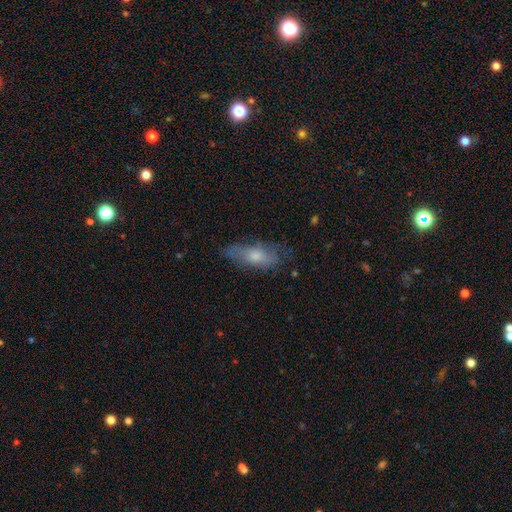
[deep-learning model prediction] Q: Smooth or featured?
A: smooth (56%); runner-up: featured or disk (37%)
Q: How rounded?
A: in between (68%); runner-up: cigar-shaped (29%)
Q: Merging?
A: none (65%); runner-up: minor disturbance (24%)